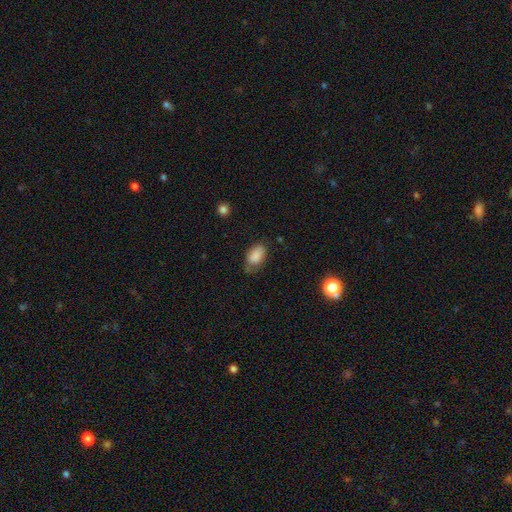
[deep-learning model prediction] This is clearly a smooth galaxy (85%). How rounded: clearly in between (91%). Merging: possibly none (56%).